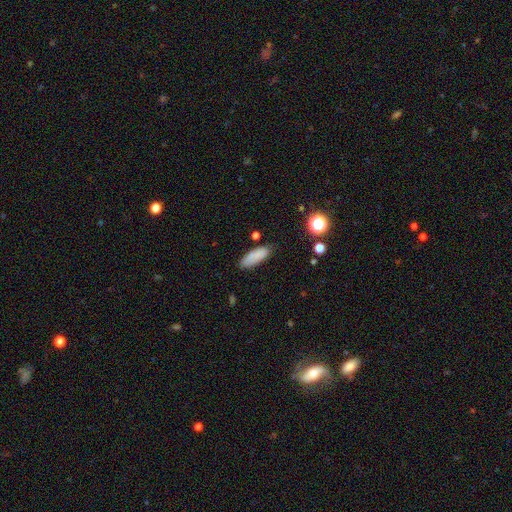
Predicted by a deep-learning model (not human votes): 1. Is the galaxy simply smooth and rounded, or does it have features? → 84% smooth, 8% star or artifact, 8% featured or disk.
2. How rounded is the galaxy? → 67% in between, 31% cigar-shaped, 2% round.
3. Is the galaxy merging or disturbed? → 78% none, 16% minor disturbance, 3% major disturbance, 3% merger.